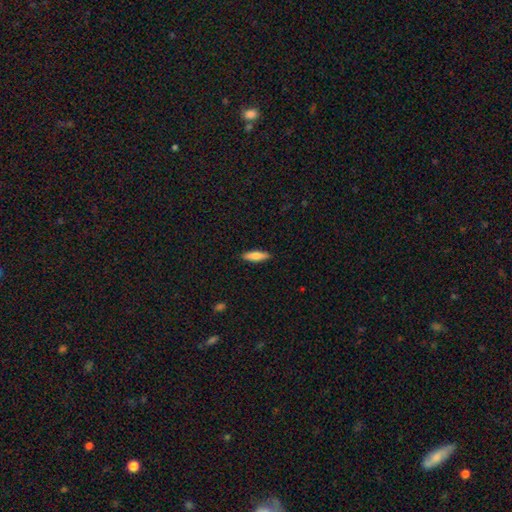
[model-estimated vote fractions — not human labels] A smooth galaxy with no disk features (79%) that is cigar-shaped (57%). Merging: none (90%).